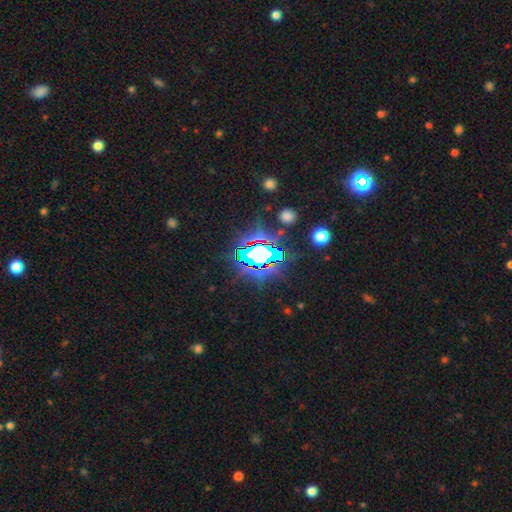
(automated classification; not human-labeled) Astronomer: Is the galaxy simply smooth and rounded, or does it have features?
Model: star or artifact — 71%.